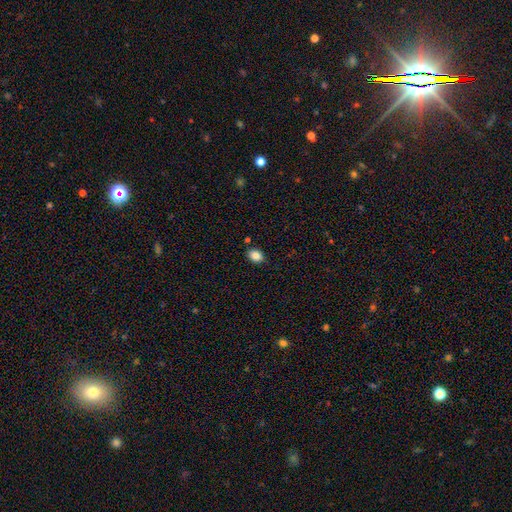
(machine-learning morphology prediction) This appears to be a smooth galaxy with no disk features (85%) that is in between round and cigar-shaped (66%). Merging: none (85%).